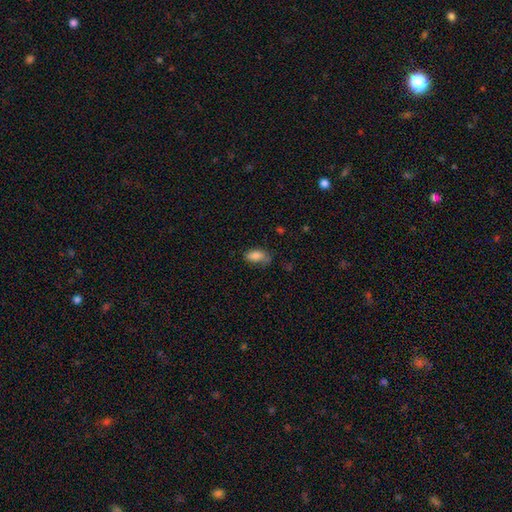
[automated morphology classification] Smooth or featured? Predicted: smooth (p=0.83). How rounded? Predicted: in between (p=0.89). Merging? Predicted: none (p=0.57).